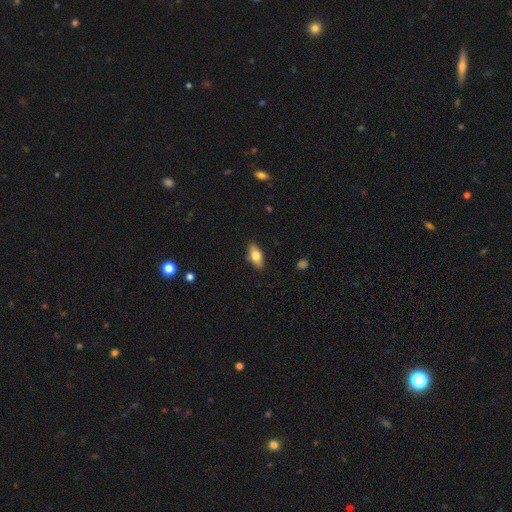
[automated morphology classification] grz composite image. It shows a smooth galaxy with no disk features (75%) that is in between round and cigar-shaped (84%). Merging: none (85%).